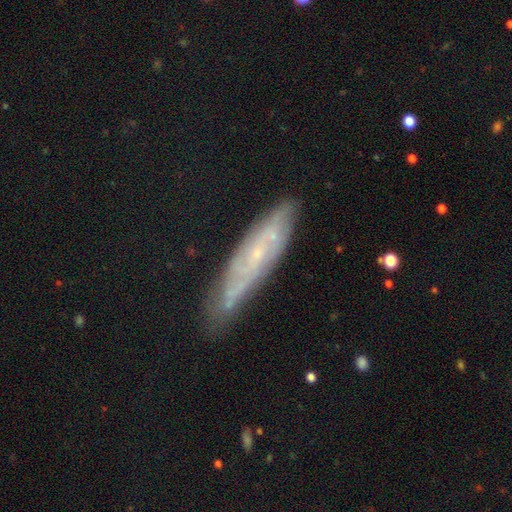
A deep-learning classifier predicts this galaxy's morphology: smooth-or-featured: featured or disk: 66% | smooth: 24% | star or artifact: 10%
  disk-edge-on: no: 62% | yes: 38%
  merging: none: 70% | minor disturbance: 22% | major disturbance: 5% | merger: 2%